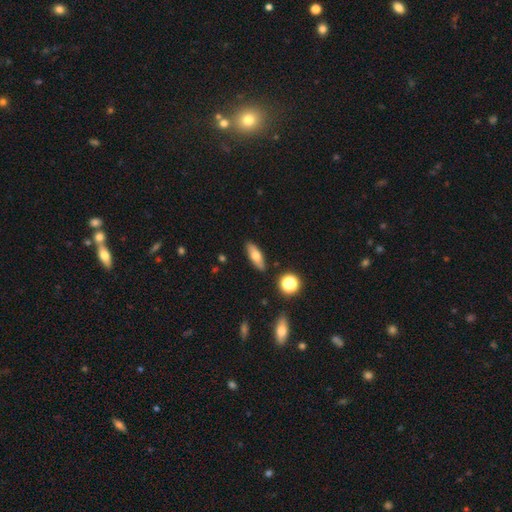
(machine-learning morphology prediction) Overall: smooth (68%). How rounded: in between (59%; cigar-shaped 36%). Merging: none (88%).